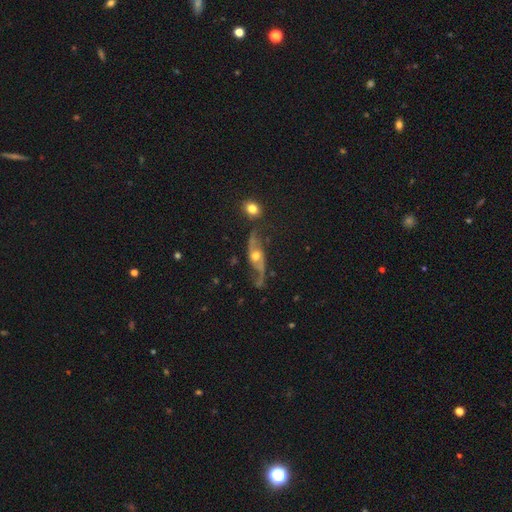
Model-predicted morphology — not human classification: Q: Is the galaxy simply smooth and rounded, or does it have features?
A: featured or disk — 84%.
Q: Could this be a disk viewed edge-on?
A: no — 77%.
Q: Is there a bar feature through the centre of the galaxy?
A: no — 66%.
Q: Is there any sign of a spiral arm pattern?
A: yes — 92%.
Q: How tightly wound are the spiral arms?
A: loose — 74%.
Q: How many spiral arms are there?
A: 2 — 90%.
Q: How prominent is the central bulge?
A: moderate — 68%.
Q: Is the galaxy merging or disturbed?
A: none — 63%.